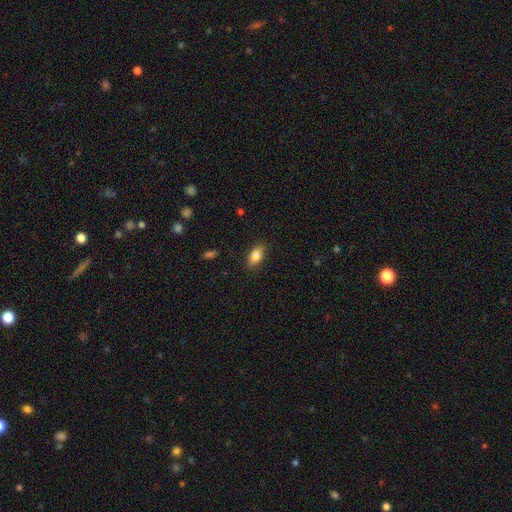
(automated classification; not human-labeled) Q: Smooth or featured?
A: smooth (83%); runner-up: featured or disk (10%)
Q: How rounded?
A: in between (87%); runner-up: cigar-shaped (7%)
Q: Merging?
A: none (86%); runner-up: minor disturbance (10%)